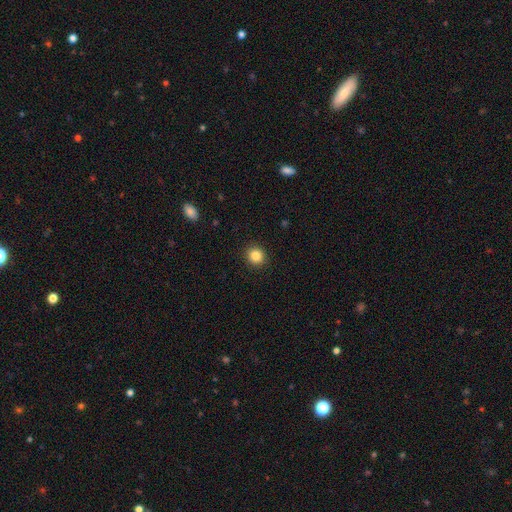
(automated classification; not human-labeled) Smooth or featured? Predicted: smooth (p=0.85). How rounded? Predicted: round (p=0.89). Merging? Predicted: none (p=0.92).